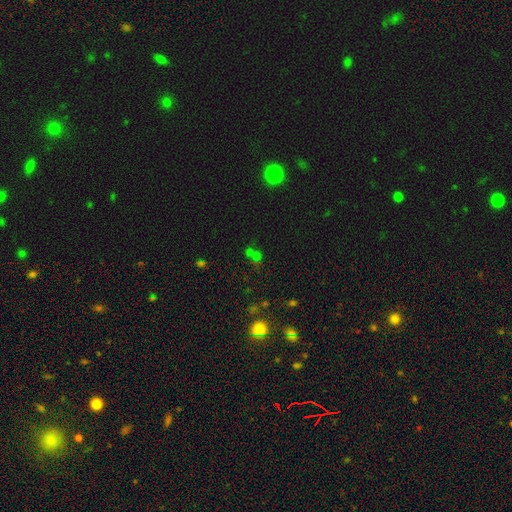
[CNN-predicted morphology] This appears to be a star or artifact, not a galaxy (48%).